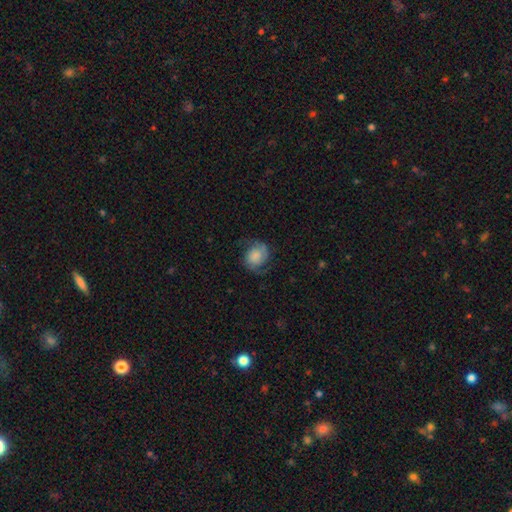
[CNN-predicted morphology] smooth_or_featured: featured or disk (p=0.50) [alt: smooth p=0.41]
disk_edge_on: no (p=0.98) [alt: yes p=0.02]
merging: none (p=0.67) [alt: minor disturbance p=0.20]